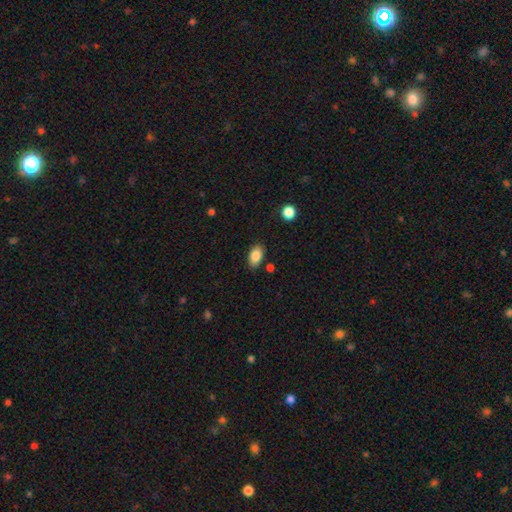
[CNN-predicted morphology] A smooth galaxy with no disk features (87%) that is in between round and cigar-shaped (91%).

Vote fractions:
- Smooth or featured? smooth: 87% / star or artifact: 8% / featured or disk: 6%
- How rounded? in between: 91% / round: 8% / cigar-shaped: 2%
- Merging? none: 83% / minor disturbance: 11% / merger: 3% / major disturbance: 3%